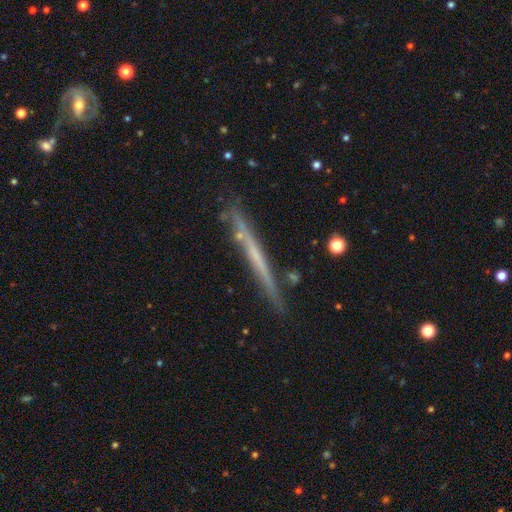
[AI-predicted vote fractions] This appears to be a featured or disk galaxy (58%) viewed edge-on (96%) with no central bulge (90%). Merging: none (83%).